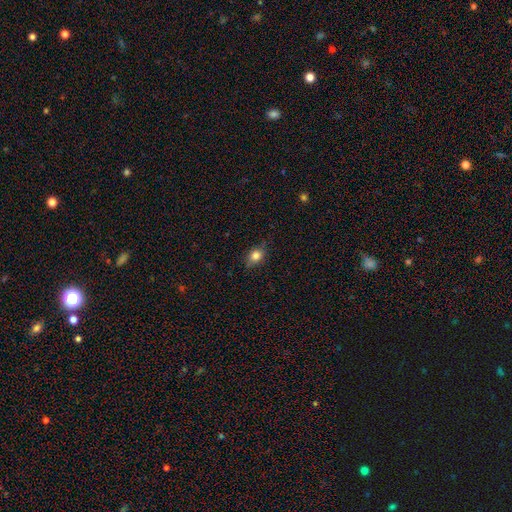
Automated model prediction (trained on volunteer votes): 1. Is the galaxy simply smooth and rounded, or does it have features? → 80% smooth, 10% featured or disk, 9% star or artifact.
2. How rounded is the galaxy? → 68% in between, 29% round, 3% cigar-shaped.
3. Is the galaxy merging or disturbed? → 76% none, 19% minor disturbance, 3% major disturbance, 1% merger.